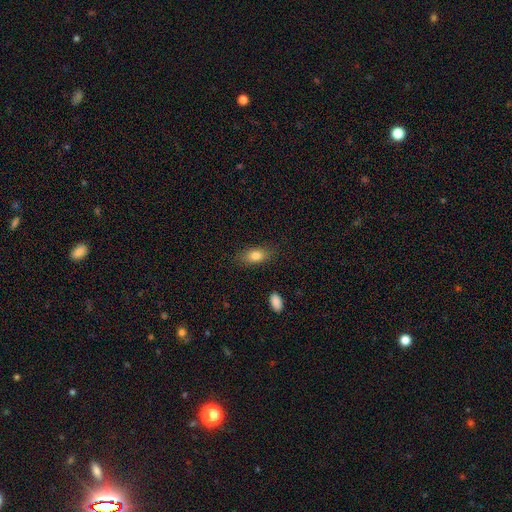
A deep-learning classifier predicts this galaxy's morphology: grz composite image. It shows a smooth galaxy with no disk features (81%) that is in between round and cigar-shaped (84%). Merging: none (82%).